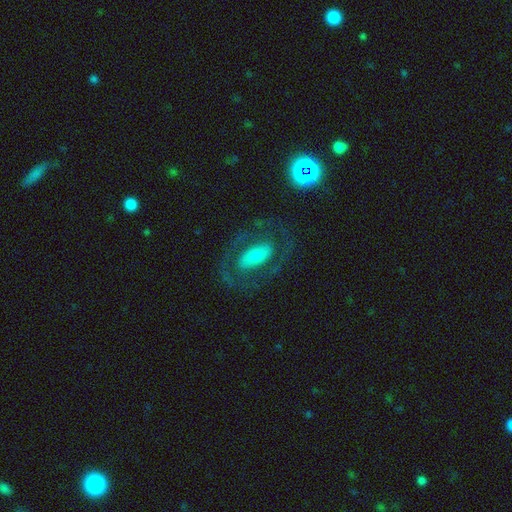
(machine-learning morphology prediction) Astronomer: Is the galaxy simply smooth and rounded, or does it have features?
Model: featured or disk — 72%.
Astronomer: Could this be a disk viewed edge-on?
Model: no — 95%.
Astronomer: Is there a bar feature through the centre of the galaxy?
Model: no — 40% (runner-up: weak, 33%).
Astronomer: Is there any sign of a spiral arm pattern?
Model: yes — 71%.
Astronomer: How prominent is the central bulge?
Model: moderate — 46% (runner-up: small, 36%).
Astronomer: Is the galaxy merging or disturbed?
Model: none — 74%.